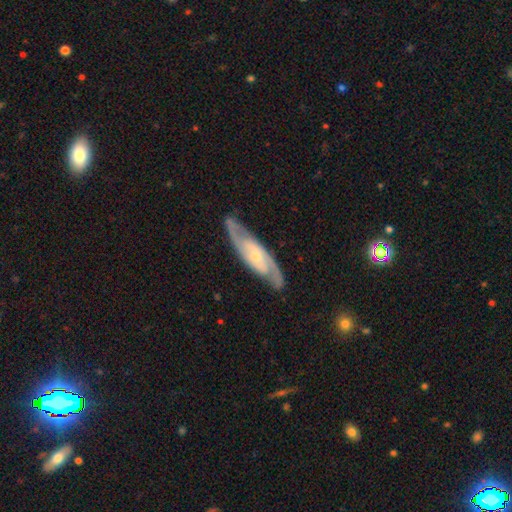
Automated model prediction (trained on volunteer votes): smooth-or-featured: featured or disk: 86% | smooth: 10% | star or artifact: 4%
  disk-edge-on: no: 85% | yes: 15%
    bar: no: 57% | weak: 32% | strong: 11%
    has-spiral-arms: yes: 96% | no: 4%
      spiral-winding: medium: 46% | tight: 41% | loose: 13%
      spiral-arm-count: 2: 88% | can't tell: 6% | 3: 2% | 1: 1% | 4: 1% | more than 4: 1%
    bulge-size: small: 62% | moderate: 31% | none: 3% | large: 2% | dominant: 1%
  merging: none: 82% | minor disturbance: 13% | major disturbance: 3% | merger: 1%